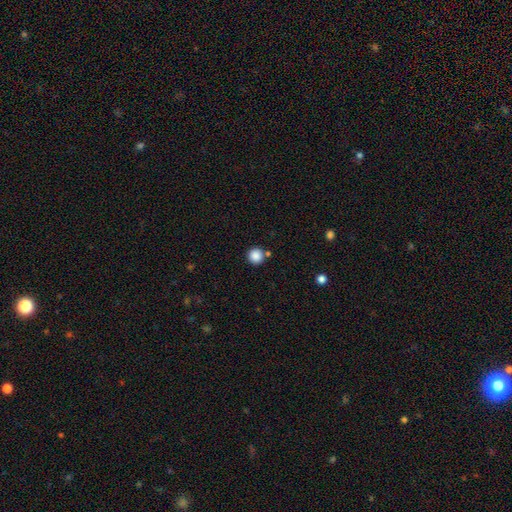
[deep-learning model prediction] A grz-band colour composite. It shows a smooth galaxy with no disk features (87%) that is round (95%). Merging: none (82%).